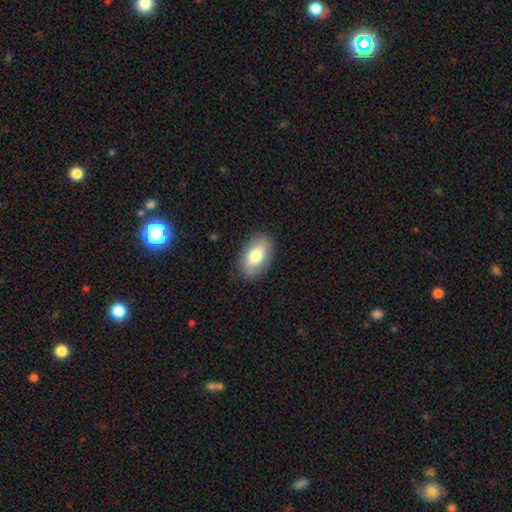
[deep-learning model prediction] Smooth or featured? smooth (74%)
How rounded? in between (91%)
Merging? none (86%)